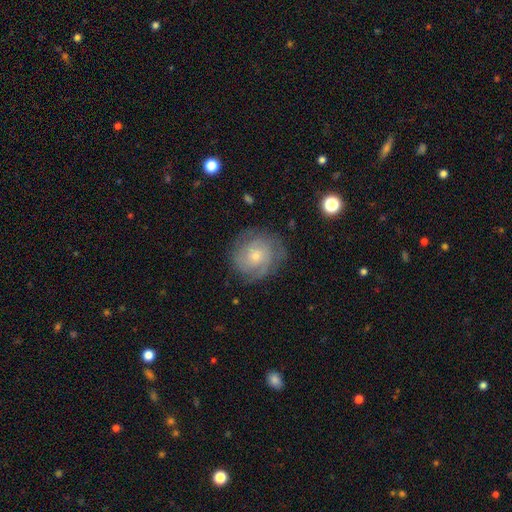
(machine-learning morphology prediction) A featured or disk galaxy (71%) with no bar (79%), tight (67%) spiral arms (91%) and a small central bulge (63%).

Vote fractions:
- Smooth or featured? featured or disk: 71% / smooth: 21% / star or artifact: 8%
- Edge-on disk? no: 98% / yes: 2%
- Bar? no: 79% / weak: 18% / strong: 3%
- Spiral arms? yes: 91% / no: 9%
- Spiral winding? tight: 67% / medium: 26% / loose: 7%
- Spiral arm count? can't tell: 36% / 2: 26% / 3: 20% / 4: 8% / 1: 5% / more than 4: 5%
- Bulge size? small: 63% / moderate: 33% / large: 2% / none: 2% / dominant: 1%
- Merging? none: 78% / minor disturbance: 15% / major disturbance: 6% / merger: 1%